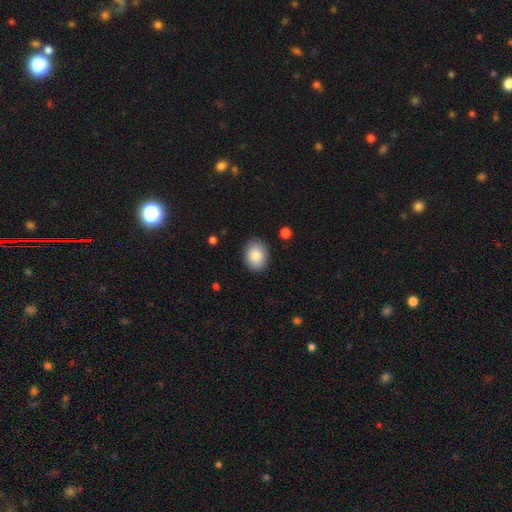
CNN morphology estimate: The model was most divided on "how rounded": in between: 65%, round: 34%, cigar-shaped: 1%. More confident: smooth or featured — smooth (87%); merging — none (87%).